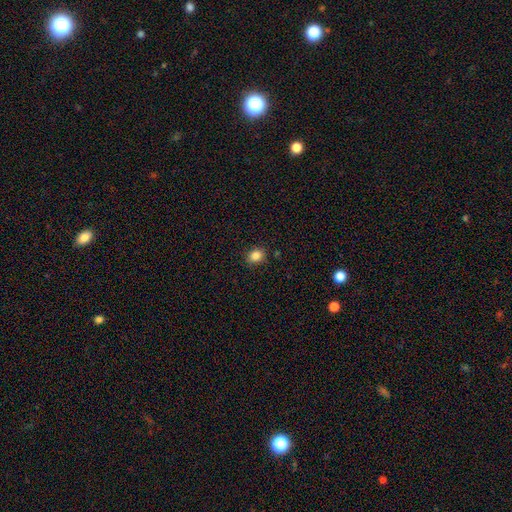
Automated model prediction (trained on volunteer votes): This appears to be a smooth galaxy with no disk features (85%) that is round (57%). Merging: none (87%).